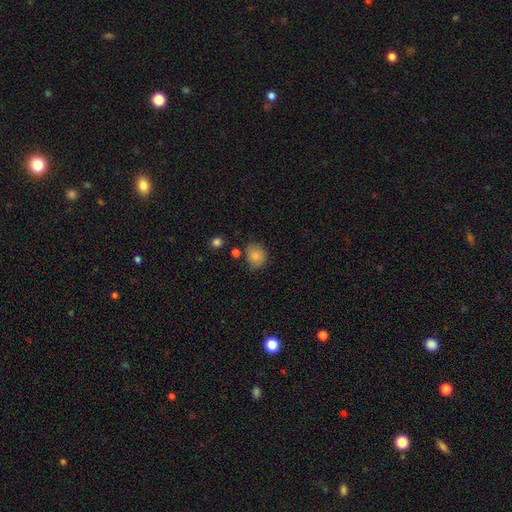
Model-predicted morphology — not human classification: Smooth or featured: smooth — 84% (star or artifact — 10%)
How rounded: round — 66% (in between — 33%)
Merging: none — 69% (minor disturbance — 21%)